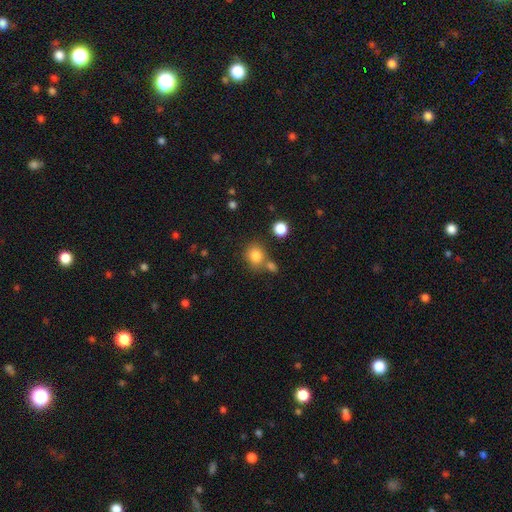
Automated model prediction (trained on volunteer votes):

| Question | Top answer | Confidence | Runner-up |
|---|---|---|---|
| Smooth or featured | smooth | 82% | star or artifact (11%) |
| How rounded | round | 76% | in between (23%) |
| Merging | none | 62% | merger (22%) |